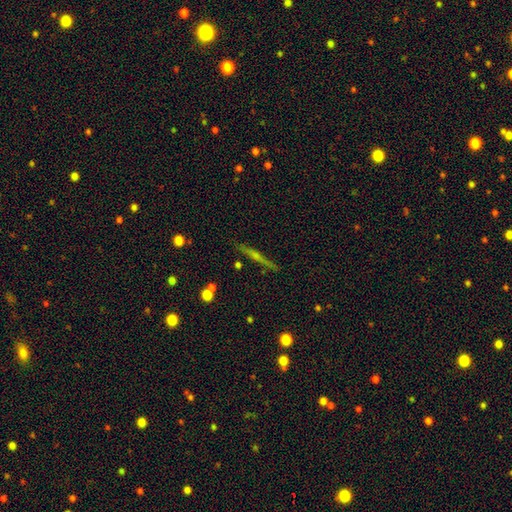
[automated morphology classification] Smooth or featured? featured or disk (66%)
Edge-on disk? yes (97%)
Edge-on bulge? rounded (56%)
Merging? none (89%)